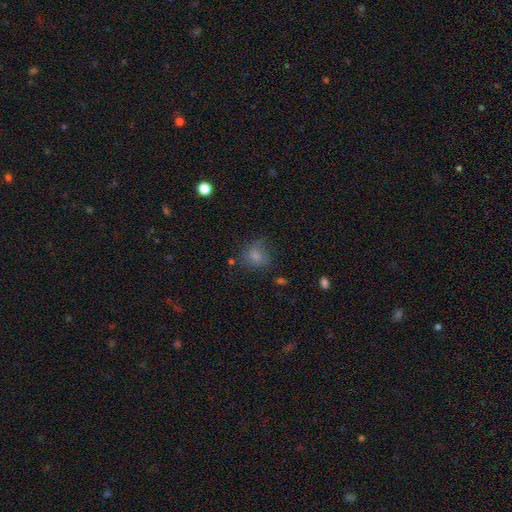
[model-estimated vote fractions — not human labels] Smooth or featured? smooth (74%)
How rounded? round (66%)
Merging? none (59%)